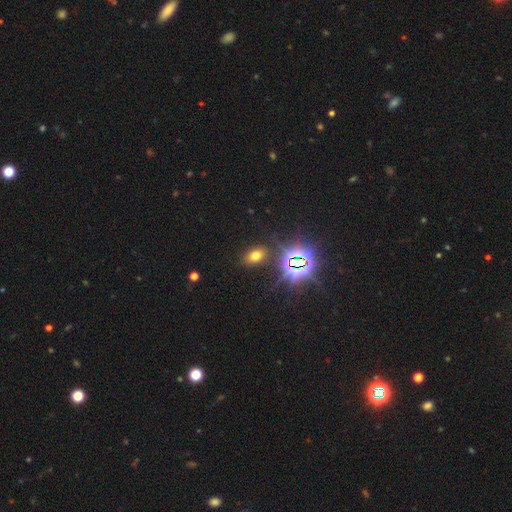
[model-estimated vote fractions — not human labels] Morphology: type=smooth (56%); roundness=in between (83%); merging=none (85%).